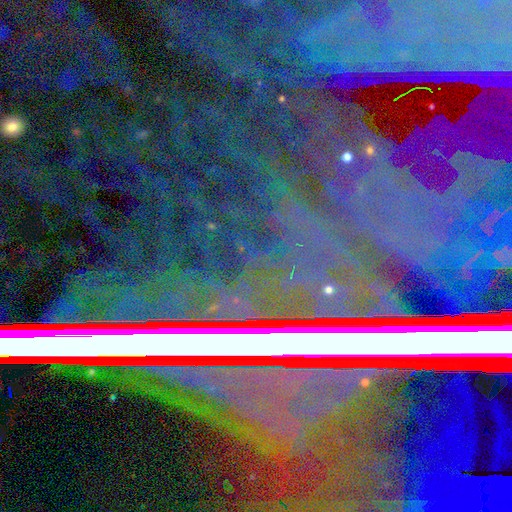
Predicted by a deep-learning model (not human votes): Smooth or featured? Predicted: star or artifact (p=0.74).